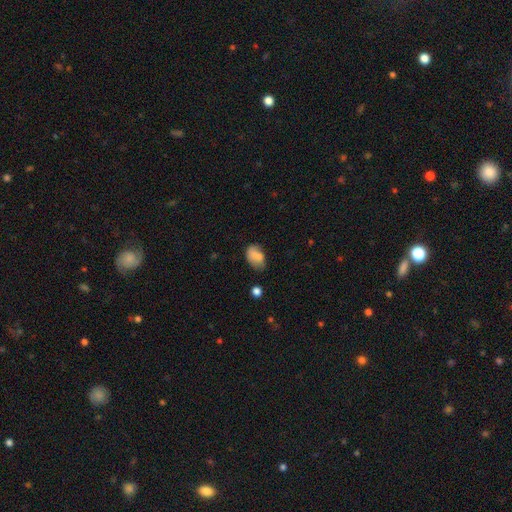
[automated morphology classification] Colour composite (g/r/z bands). It shows a smooth galaxy with no disk features (77%) that is in between round and cigar-shaped (87%). Merging: none (50%).